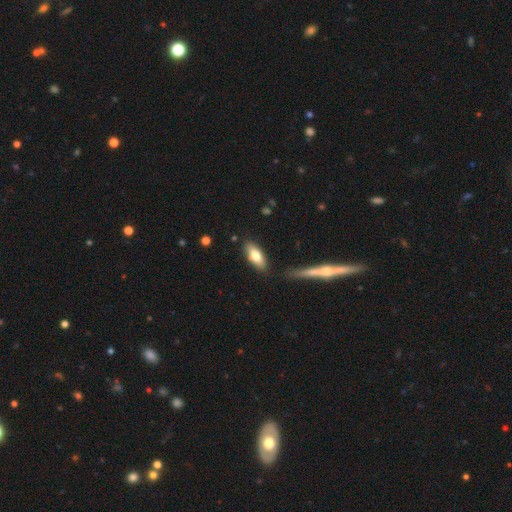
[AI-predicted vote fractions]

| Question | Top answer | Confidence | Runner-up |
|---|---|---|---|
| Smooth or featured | smooth | 71% | featured or disk (23%) |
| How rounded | in between | 72% | cigar-shaped (25%) |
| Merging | none | 82% | minor disturbance (11%) |